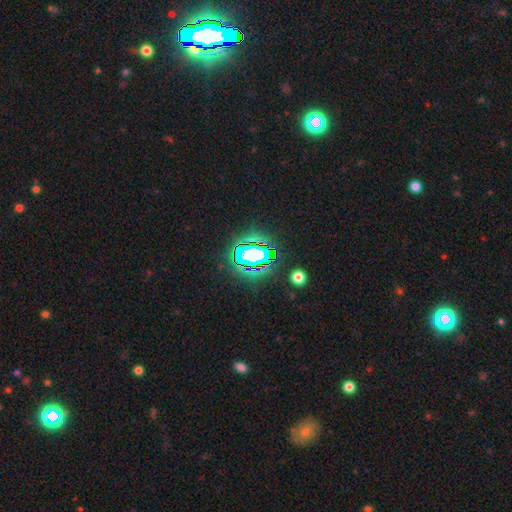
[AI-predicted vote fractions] This appears to be a star or artifact, not a galaxy (62%).